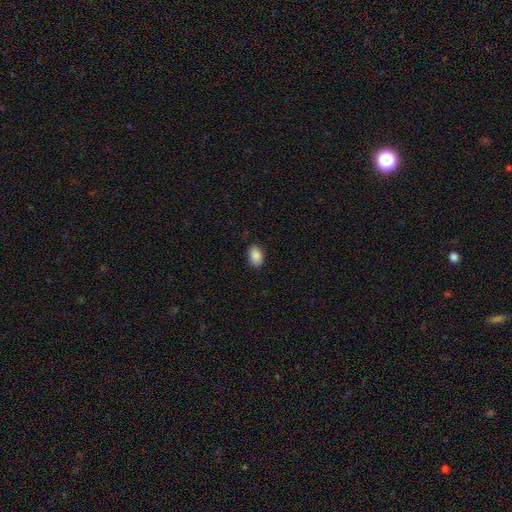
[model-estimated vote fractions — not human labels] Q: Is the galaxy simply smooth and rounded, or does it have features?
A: smooth — 89%.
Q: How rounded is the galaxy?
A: in between — 88%.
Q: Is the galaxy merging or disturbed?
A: none — 87%.